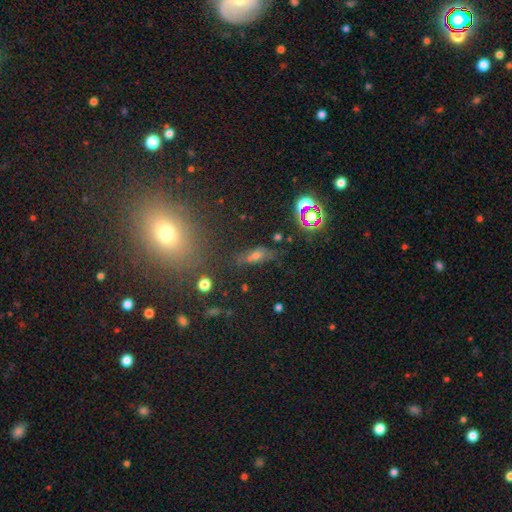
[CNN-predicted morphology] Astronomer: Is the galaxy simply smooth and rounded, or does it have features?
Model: smooth — 46% (runner-up: star or artifact, 33%).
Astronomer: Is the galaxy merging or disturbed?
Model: none — 60%.